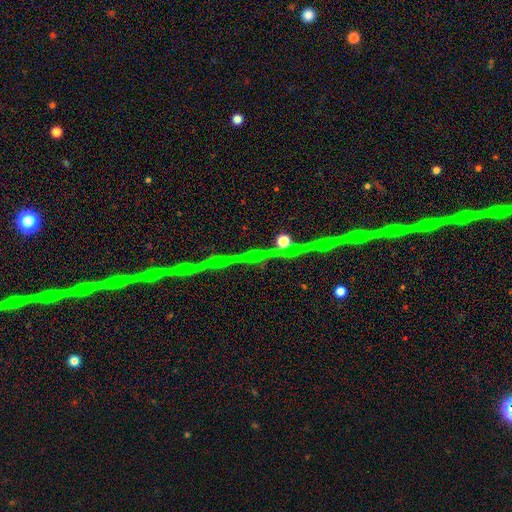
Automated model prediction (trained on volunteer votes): This appears to be a star or artifact, not a galaxy (66%).